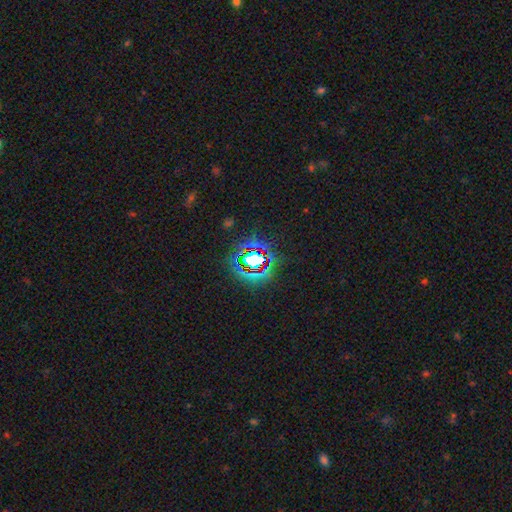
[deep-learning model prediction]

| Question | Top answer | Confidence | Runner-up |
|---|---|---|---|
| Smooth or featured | star or artifact | 76% | smooth (14%) |